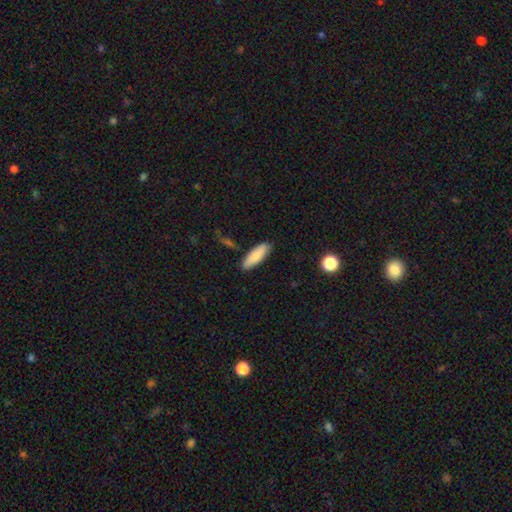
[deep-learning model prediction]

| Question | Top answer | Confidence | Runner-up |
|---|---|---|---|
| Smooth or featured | smooth | 82% | featured or disk (12%) |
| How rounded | in between | 58% | cigar-shaped (40%) |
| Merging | none | 85% | minor disturbance (11%) |